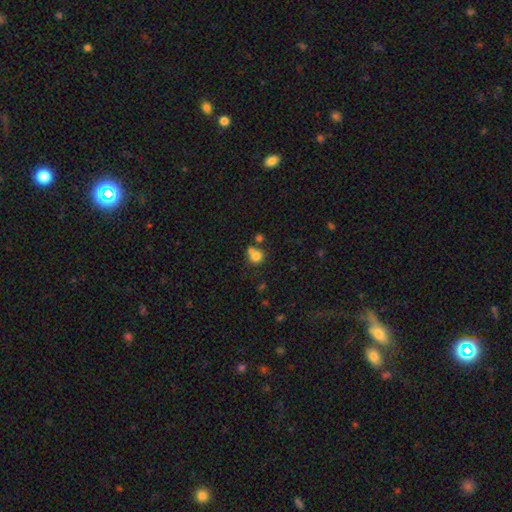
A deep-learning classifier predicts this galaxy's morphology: A smooth galaxy with no disk features (78%) that is round (82%).

Vote fractions:
- Smooth or featured? smooth: 78% / star or artifact: 12% / featured or disk: 10%
- How rounded? round: 82% / in between: 17% / cigar-shaped: 1%
- Merging? none: 46% / merger: 40% / minor disturbance: 10% / major disturbance: 5%